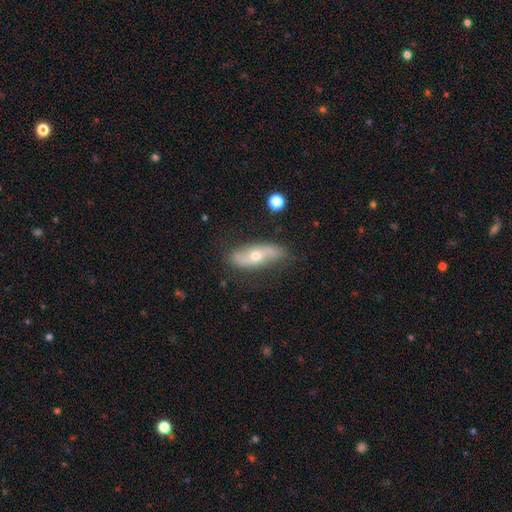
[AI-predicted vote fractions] This is likely a featured or disk galaxy (71%). It is clearly not viewed edge-on (82%). Bar: likely no (63%). Spiral arm pattern: clearly yes (86%). Spiral arm count: clearly 2 (90%). Spiral winding: likely loose (69%). Central bulge: likely moderate (61%). Merging: likely none (76%).